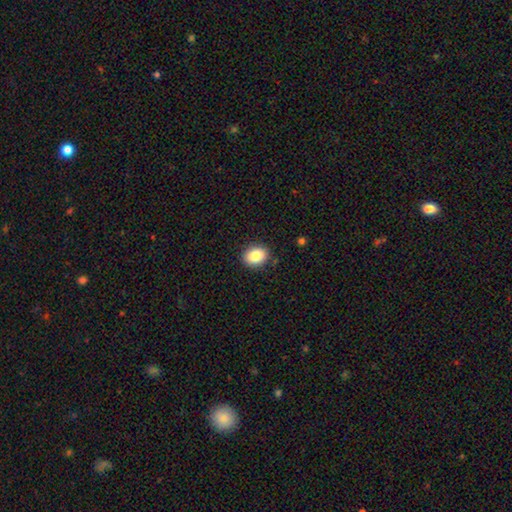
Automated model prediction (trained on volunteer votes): Overall: smooth (86%). How rounded: in between (55%; round 44%). Merging: none (88%).